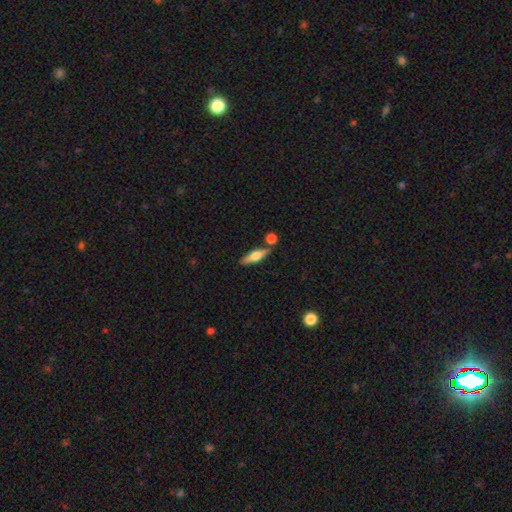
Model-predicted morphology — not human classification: type=featured or disk (49%); merging=none (77%).